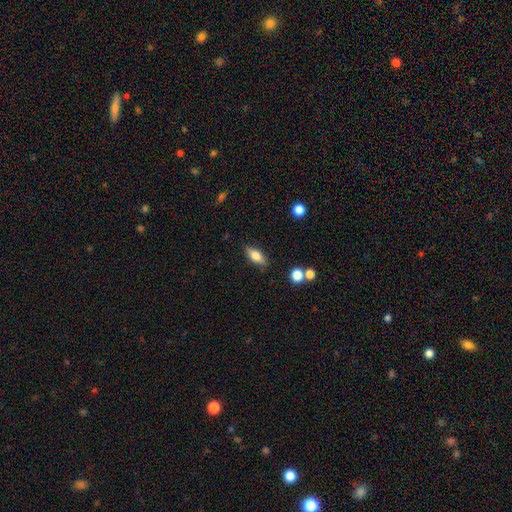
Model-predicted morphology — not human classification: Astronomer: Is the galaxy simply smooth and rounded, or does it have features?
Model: smooth — 70%.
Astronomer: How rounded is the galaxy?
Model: in between — 76%.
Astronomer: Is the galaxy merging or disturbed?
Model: none — 83%.